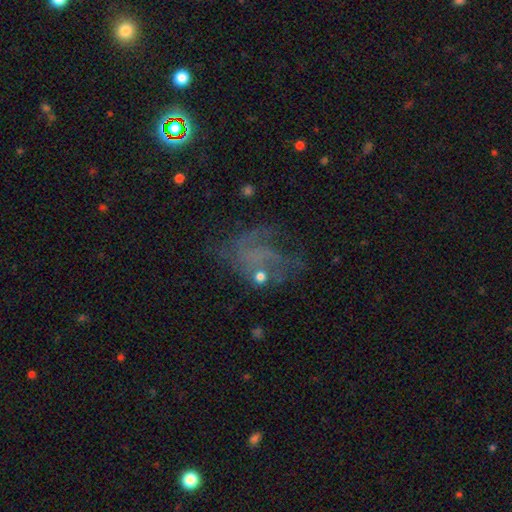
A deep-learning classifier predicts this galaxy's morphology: The model was most divided on "merging": none: 41%, major disturbance: 36%, minor disturbance: 18%, merger: 5%. More confident: edge-on disk — no (97%); bar — no (76%); spiral arms — yes (56%); bulge size — none (56%); smooth or featured — featured or disk (53%).